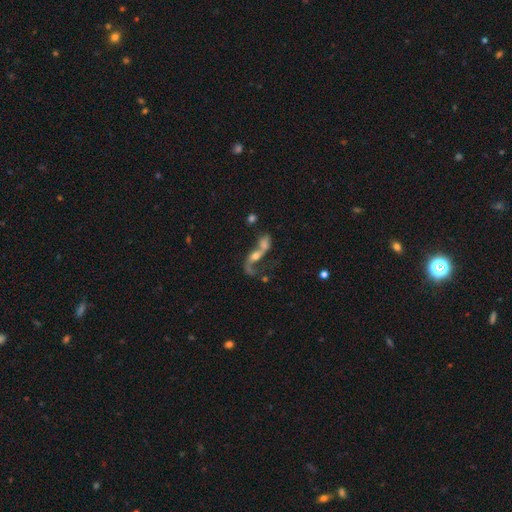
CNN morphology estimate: A featured or disk galaxy (57%) with no bar (69%), spiral arms (61%) and a moderate central bulge (46%). Merging: merger (66%).